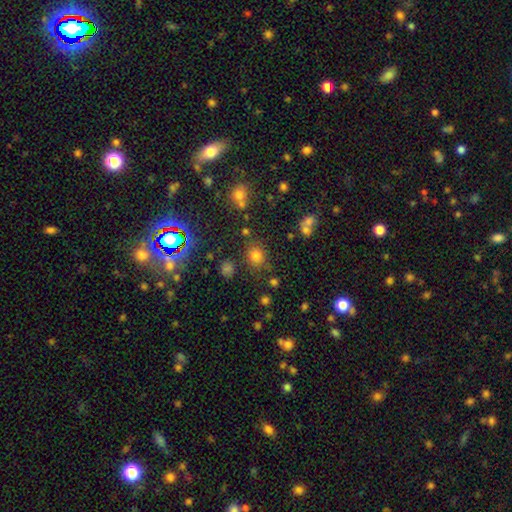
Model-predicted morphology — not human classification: This appears to be a smooth galaxy with no disk features (73%) that is round (75%). Merging: none (78%).